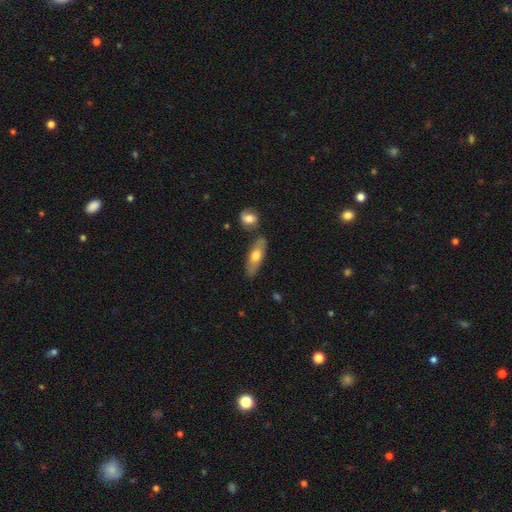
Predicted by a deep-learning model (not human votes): A smooth galaxy with no disk features (62%) that is in between round and cigar-shaped (61%).

Vote fractions:
- Smooth or featured? smooth: 62% / featured or disk: 32% / star or artifact: 6%
- How rounded? in between: 61% / cigar-shaped: 36% / round: 3%
- Merging? none: 75% / minor disturbance: 13% / merger: 9% / major disturbance: 3%